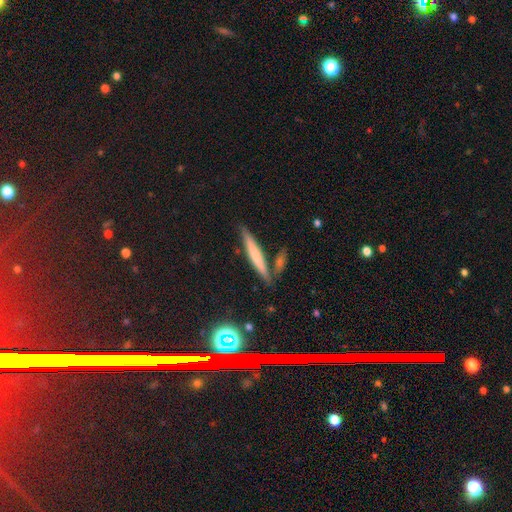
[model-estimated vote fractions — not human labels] This is possibly a smooth galaxy (58%). How rounded: clearly cigar-shaped (93%). Merging: likely none (78%).